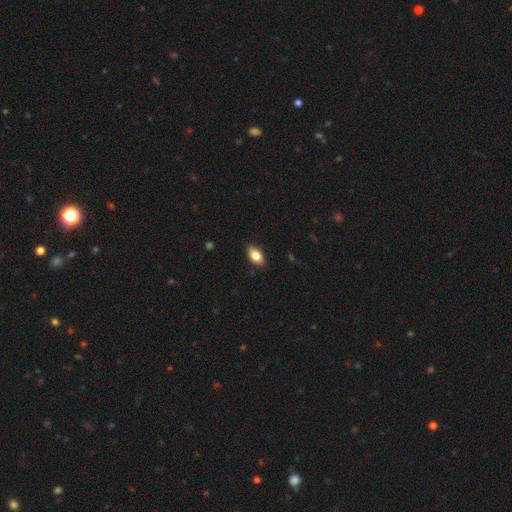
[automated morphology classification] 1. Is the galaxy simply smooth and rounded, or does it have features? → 83% smooth, 9% featured or disk, 8% star or artifact.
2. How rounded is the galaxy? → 90% in between, 7% round, 3% cigar-shaped.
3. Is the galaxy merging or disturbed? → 87% none, 10% minor disturbance, 2% major disturbance, 1% merger.